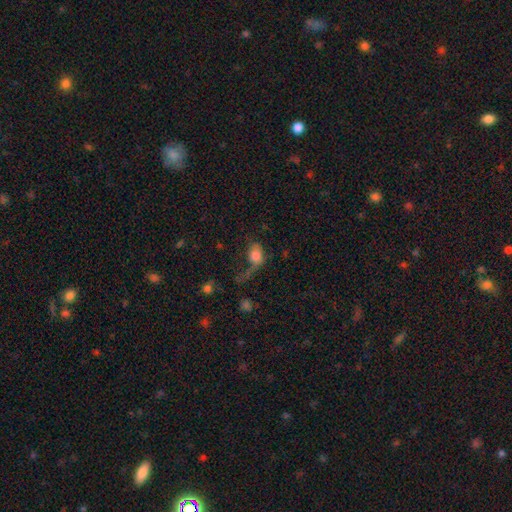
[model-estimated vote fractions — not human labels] Smooth or featured? Predicted: smooth (p=0.74). How rounded? Predicted: in between (p=0.70). Merging? Predicted: major disturbance (p=0.47).